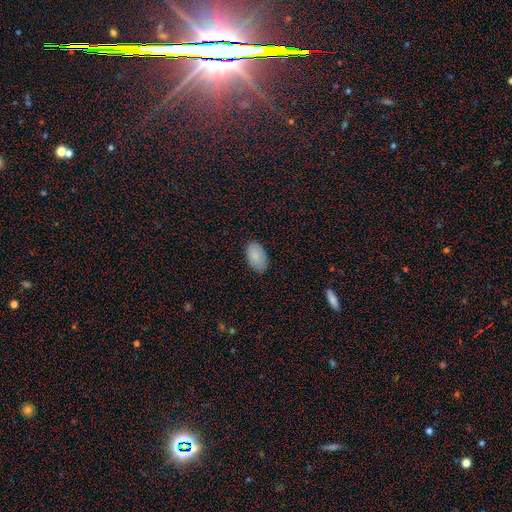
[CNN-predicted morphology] smooth_or_featured: smooth (p=0.86) [alt: featured or disk p=0.07]
how_rounded: in between (p=0.94) [alt: round p=0.05]
merging: none (p=0.85) [alt: minor disturbance p=0.12]